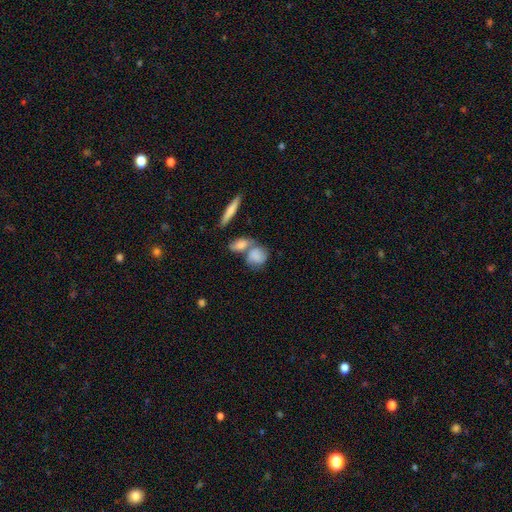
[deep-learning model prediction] Smooth or featured? smooth (69%)
How rounded? in between (49%)
Merging? merger (43%)